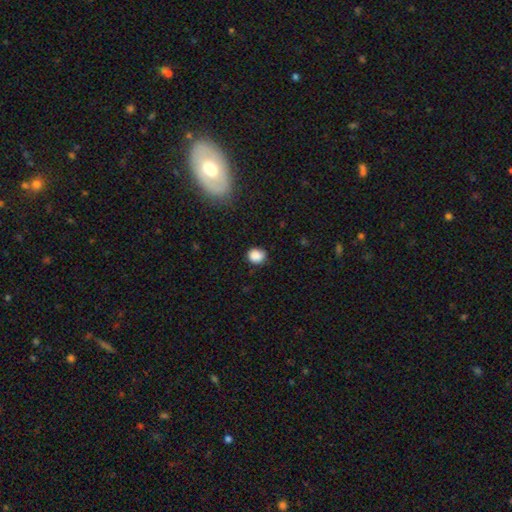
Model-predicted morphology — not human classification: This is clearly a smooth galaxy (87%). How rounded: likely round (77%). Merging: likely none (78%).